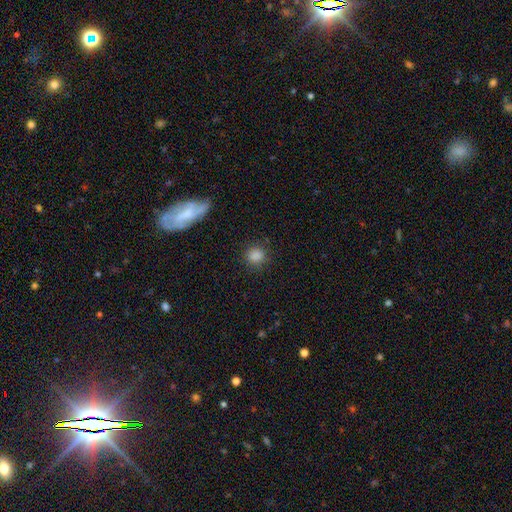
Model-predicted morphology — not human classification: Smooth or featured: smooth — 84% (star or artifact — 12%)
How rounded: round — 83% (in between — 16%)
Merging: none — 85% (minor disturbance — 10%)